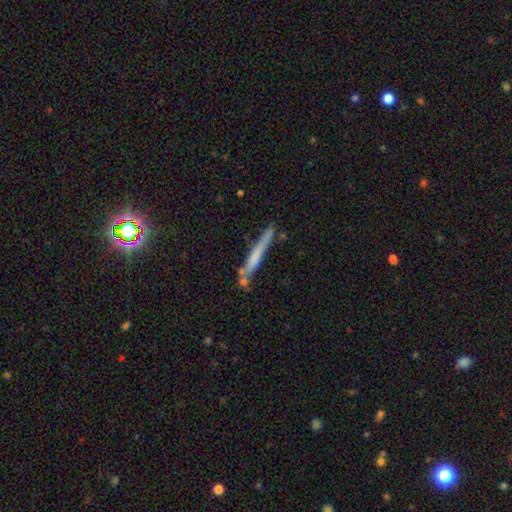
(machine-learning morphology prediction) Overall: smooth (51%; featured or disk 42%). How rounded: cigar-shaped (96%). Merging: none (72%).